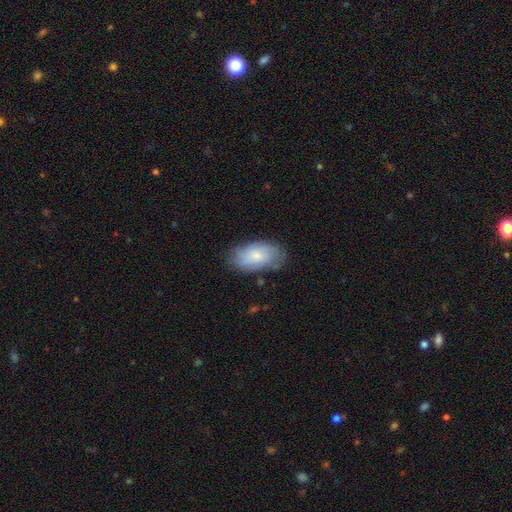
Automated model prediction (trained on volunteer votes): This is likely a smooth galaxy (62%). How rounded: clearly in between (93%). Merging: likely none (73%).